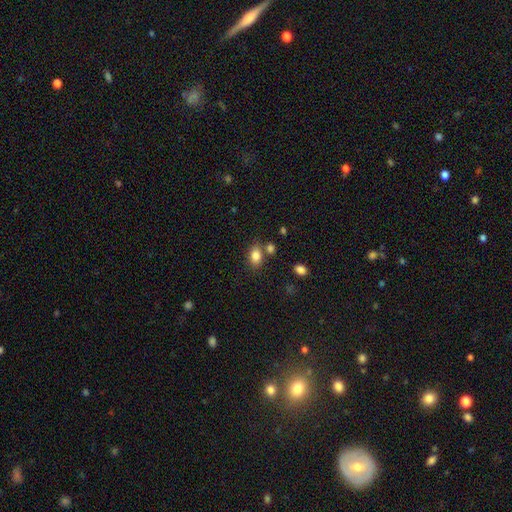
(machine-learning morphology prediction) Smooth or featured: smooth — 83% (star or artifact — 9%)
How rounded: in between — 80% (round — 18%)
Merging: none — 69% (merger — 15%)